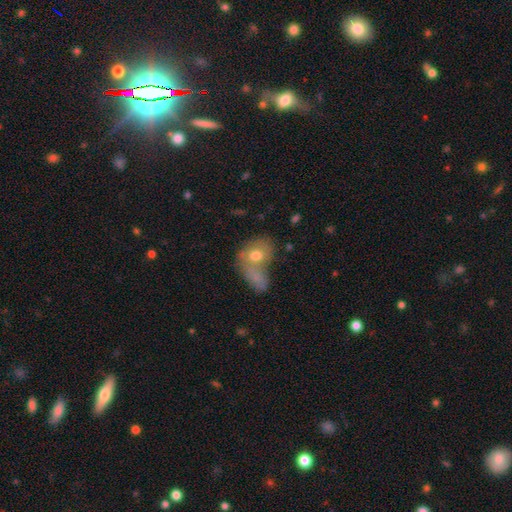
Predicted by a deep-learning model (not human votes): The model was most divided on "merging": merger: 53%, none: 29%, minor disturbance: 11%, major disturbance: 8%. More confident: smooth or featured — smooth (65%); how rounded — in between (62%).